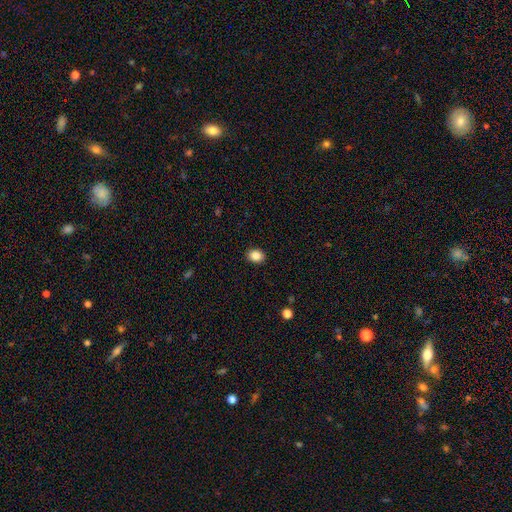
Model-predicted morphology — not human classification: Q: Smooth or featured?
A: smooth (87%); runner-up: star or artifact (9%)
Q: How rounded?
A: in between (62%); runner-up: round (37%)
Q: Merging?
A: none (90%); runner-up: minor disturbance (7%)